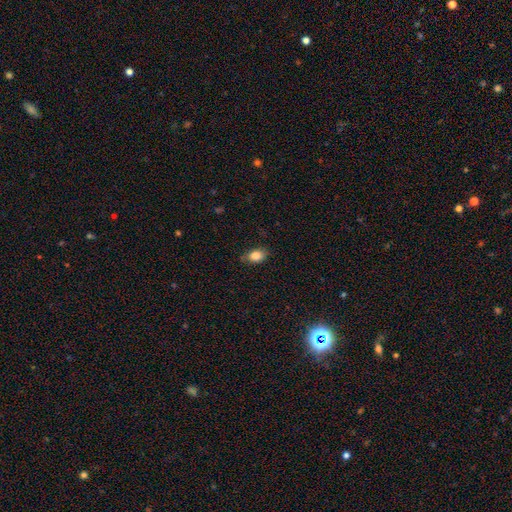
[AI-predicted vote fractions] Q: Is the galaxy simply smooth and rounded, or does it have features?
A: smooth — 84%.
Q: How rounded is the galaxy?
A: in between — 76%.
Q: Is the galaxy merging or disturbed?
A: none — 73%.